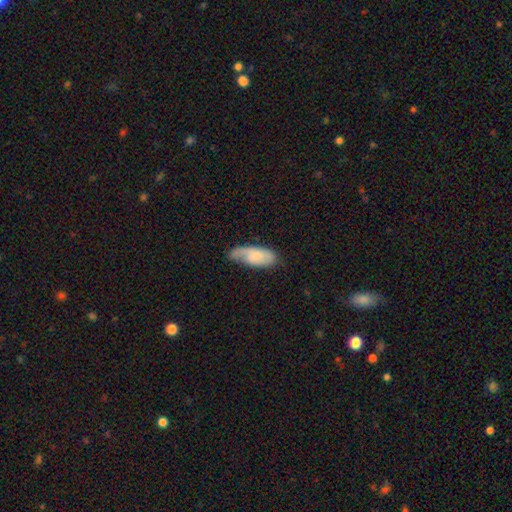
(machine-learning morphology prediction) This appears to be a smooth galaxy with no disk features (60%) that is in between round and cigar-shaped (84%). Merging: none (45%).